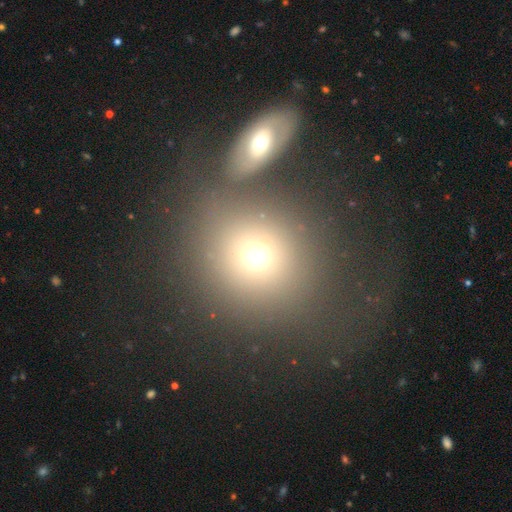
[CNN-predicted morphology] Smooth or featured? smooth (68%)
How rounded? round (78%)
Merging? none (56%)